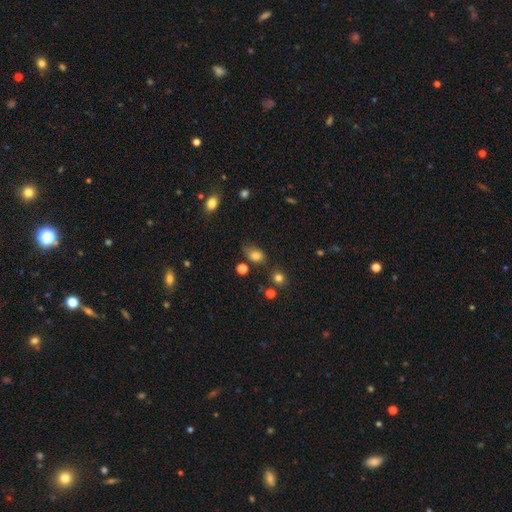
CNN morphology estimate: This appears to be a smooth galaxy with no disk features (80%) that is in between round and cigar-shaped (67%). Merging: none (58%).